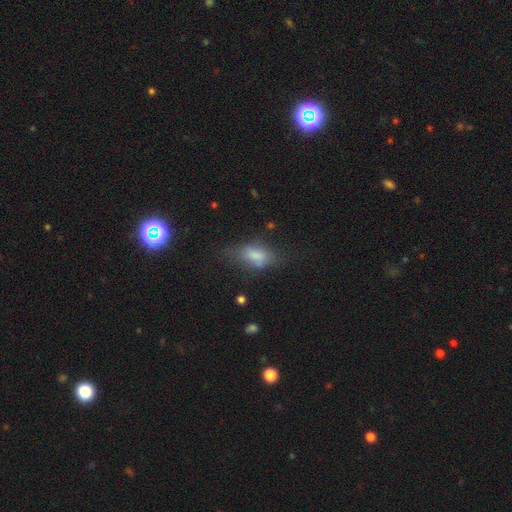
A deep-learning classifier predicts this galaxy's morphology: smooth-or-featured: smooth: 71% | featured or disk: 19% | star or artifact: 10%
  how-rounded: in between: 84% | cigar-shaped: 9% | round: 7%
  merging: none: 43% | minor disturbance: 30% | major disturbance: 23% | merger: 4%